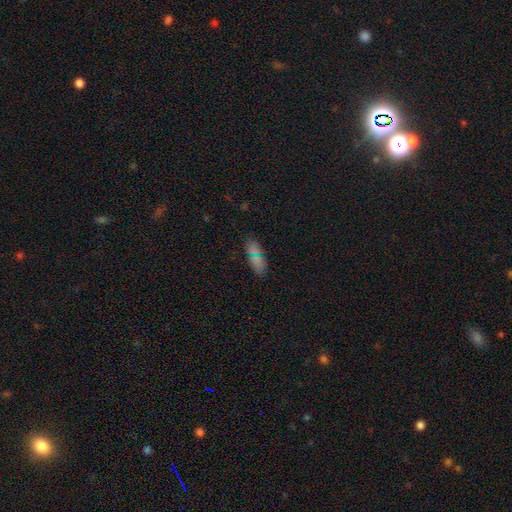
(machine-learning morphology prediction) Smooth or featured? smooth (69%)
How rounded? in between (79%)
Merging? none (84%)